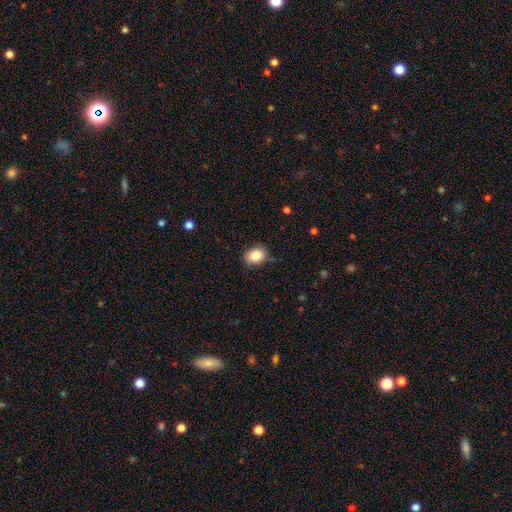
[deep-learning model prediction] This appears to be a smooth galaxy with no disk features (85%) that is in between round and cigar-shaped (51%). Merging: none (80%).